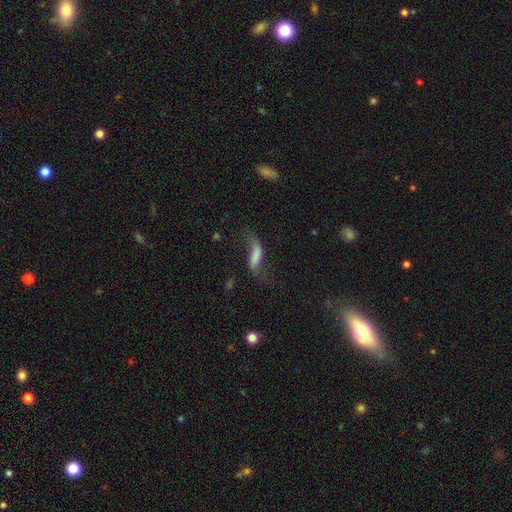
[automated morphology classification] featured or disk 46%, smooth 42%, star or artifact 12%. Down the decision tree: merging — none (41%).